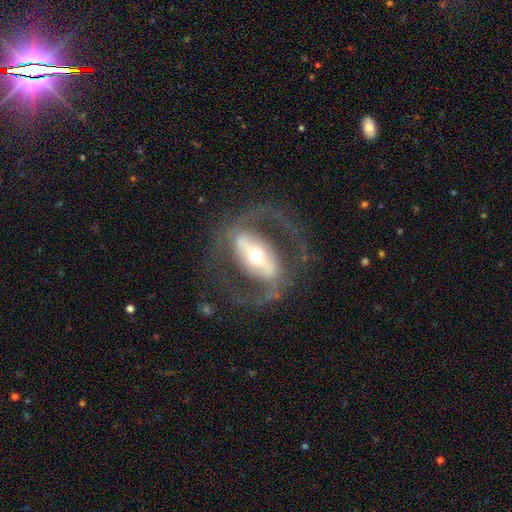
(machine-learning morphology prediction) A featured or disk galaxy (85%) with a strong bar (66%), 2 (87%) medium (52%) spiral arms (74%) and a moderate central bulge (65%).

Vote fractions:
- Smooth or featured? featured or disk: 85% / smooth: 10% / star or artifact: 5%
- Edge-on disk? no: 91% / yes: 9%
- Bar? strong: 66% / weak: 20% / no: 14%
- Spiral arms? yes: 74% / no: 26%
- Spiral winding? medium: 52% / loose: 26% / tight: 23%
- Spiral arm count? 2: 87% / can't tell: 6% / 1: 3% / 3: 1% / 4: 1% / more than 4: 1%
- Bulge size? moderate: 65% / small: 19% / large: 13% / dominant: 2% / none: 1%
- Merging? none: 71% / major disturbance: 16% / minor disturbance: 12% / merger: 1%